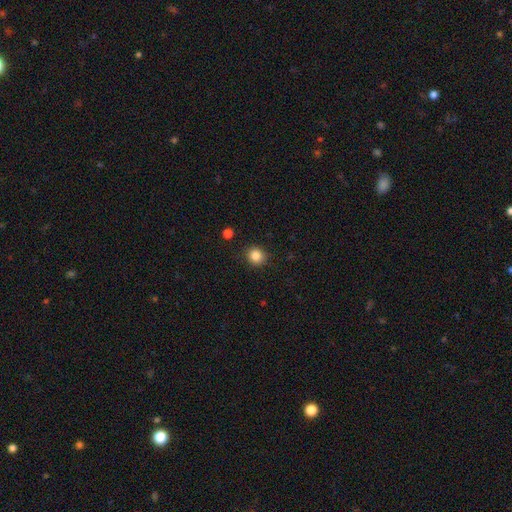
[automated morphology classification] The model was most divided on "smooth or featured": smooth: 85%, star or artifact: 11%, featured or disk: 4%. More confident: merging — none (90%); how rounded — round (88%).